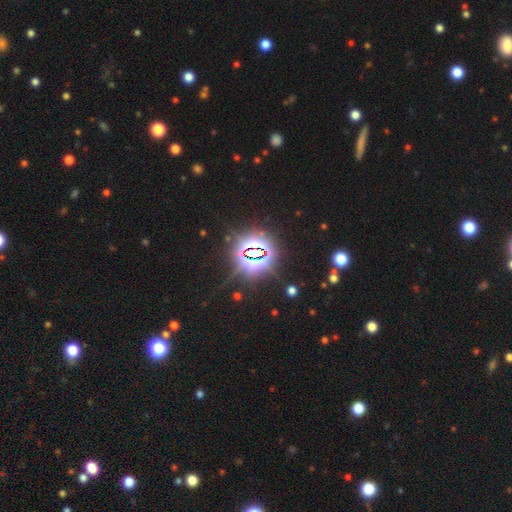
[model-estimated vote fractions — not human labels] Smooth or featured? Predicted: star or artifact (p=0.82).